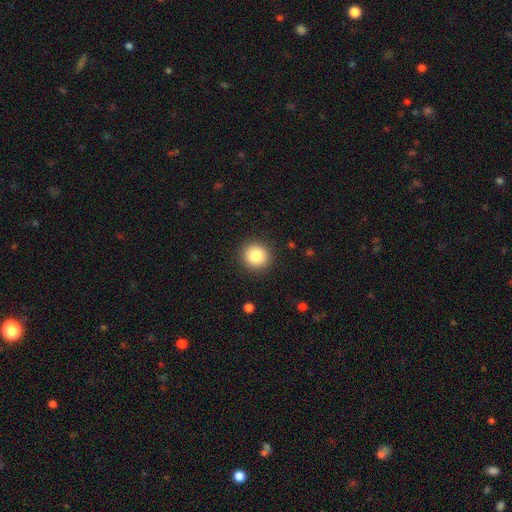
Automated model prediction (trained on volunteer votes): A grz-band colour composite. It shows a smooth galaxy with no disk features (84%) that is round (91%). Merging: none (91%).